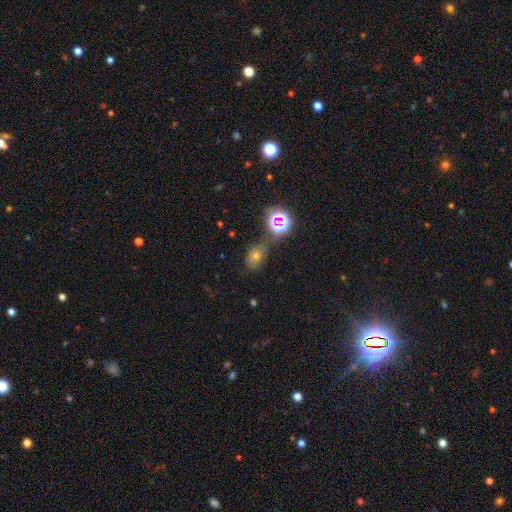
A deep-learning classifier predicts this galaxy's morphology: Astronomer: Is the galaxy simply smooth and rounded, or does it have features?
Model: smooth — 48% (runner-up: star or artifact, 36%).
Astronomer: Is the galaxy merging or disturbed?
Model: none — 63%.